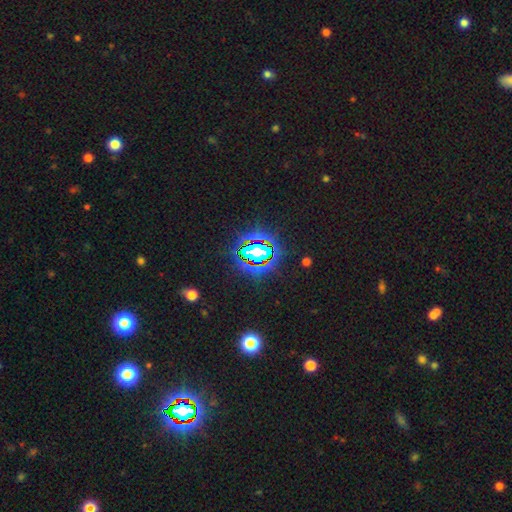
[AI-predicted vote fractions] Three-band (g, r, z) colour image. It shows a star or artifact, not a galaxy (83%).